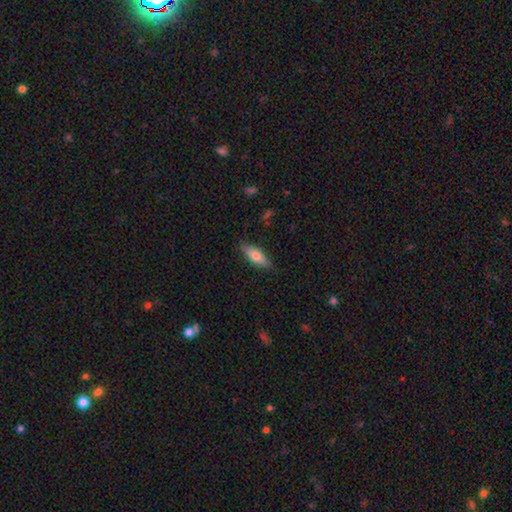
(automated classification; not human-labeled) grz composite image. It shows a smooth galaxy with no disk features (71%) that is in between round and cigar-shaped (61%). Merging: none (83%).